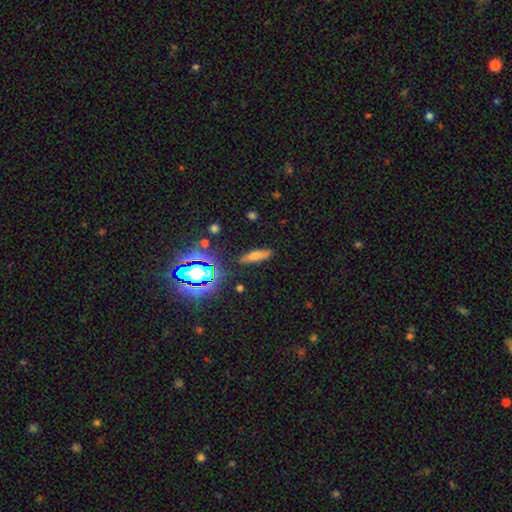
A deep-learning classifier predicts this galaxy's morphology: Smooth or featured?
  - smooth: 63% *
  - featured or disk: 20%
  - star or artifact: 17%
How rounded?
  - cigar-shaped: 58% *
  - in between: 37%
  - round: 5%
Merging?
  - none: 84% *
  - minor disturbance: 11%
  - major disturbance: 3%
  - merger: 2%